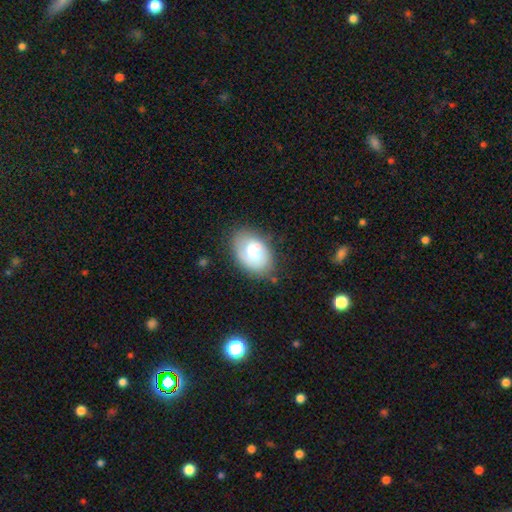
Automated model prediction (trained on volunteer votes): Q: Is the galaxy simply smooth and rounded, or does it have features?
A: smooth — 51%.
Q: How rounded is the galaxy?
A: in between — 84%.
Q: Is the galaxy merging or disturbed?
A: none — 61%.